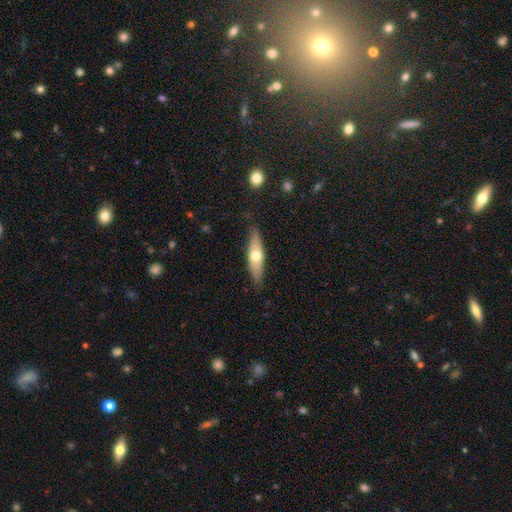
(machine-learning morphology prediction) The model was most divided on "smooth or featured": smooth: 55%, featured or disk: 40%, star or artifact: 6%. More confident: merging — none (81%); how rounded — cigar-shaped (58%).